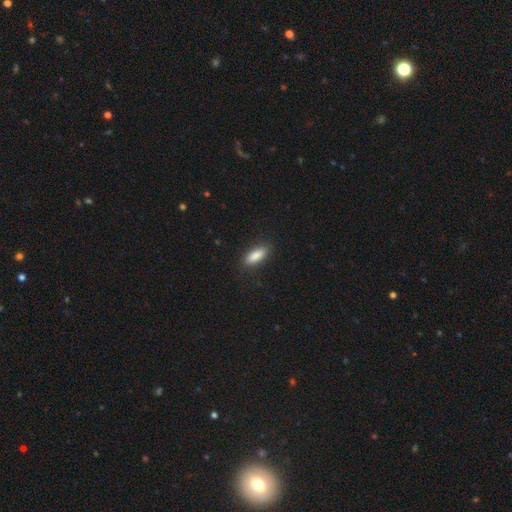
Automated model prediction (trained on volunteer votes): Overall: smooth (86%). How rounded: in between (68%; cigar-shaped 30%). Merging: none (86%).